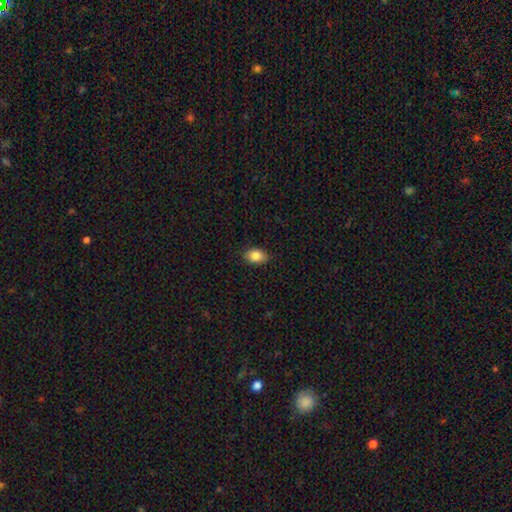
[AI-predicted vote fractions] smooth 86%, star or artifact 8%, featured or disk 6%. Down the decision tree: how rounded — in between (79%); merging — none (83%).